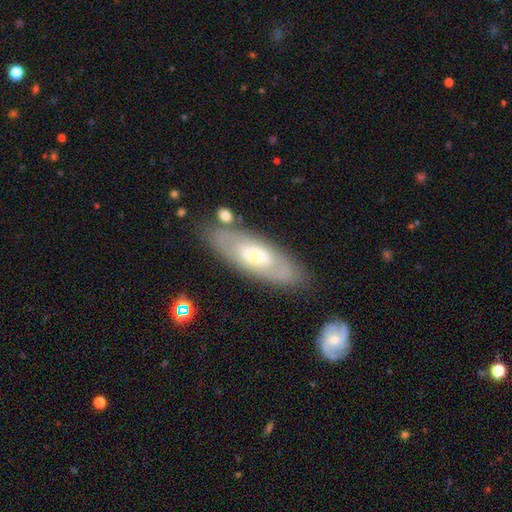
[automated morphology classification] Smooth or featured? featured or disk (48%)
Merging? none (77%)